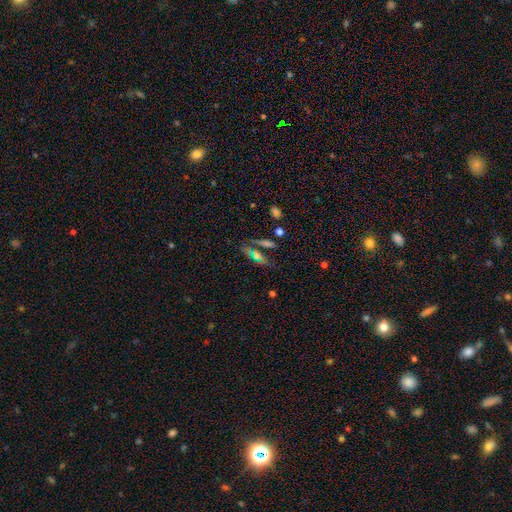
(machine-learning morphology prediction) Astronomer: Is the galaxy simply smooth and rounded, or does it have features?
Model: smooth — 48% (runner-up: featured or disk, 29%).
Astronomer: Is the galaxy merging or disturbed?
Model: none — 65%.